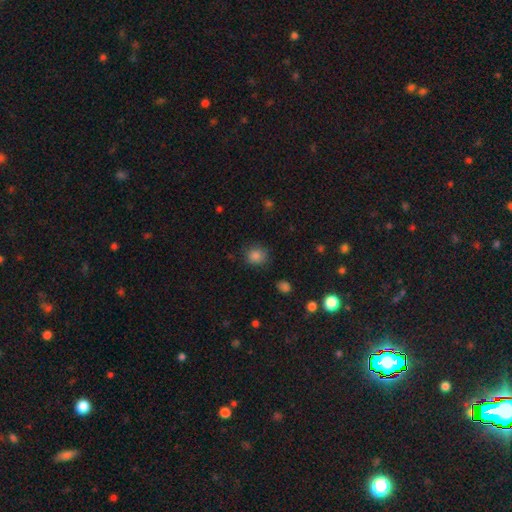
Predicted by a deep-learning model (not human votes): Smooth or featured? Predicted: smooth (p=0.83). How rounded? Predicted: round (p=0.83). Merging? Predicted: none (p=0.83).